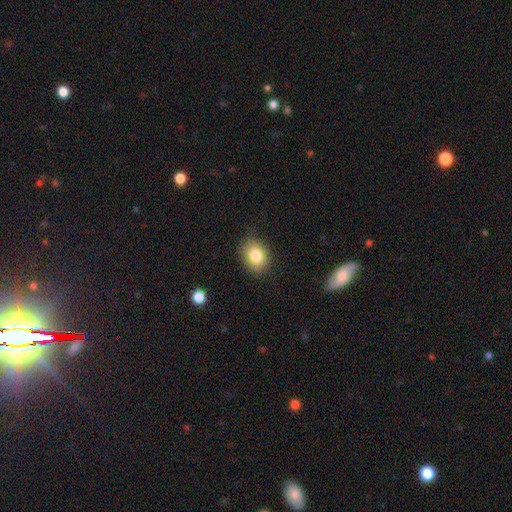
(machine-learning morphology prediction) A smooth galaxy with no disk features (84%) that is in between round and cigar-shaped (59%).

Vote fractions:
- Smooth or featured? smooth: 84% / star or artifact: 9% / featured or disk: 8%
- How rounded? in between: 59% / round: 40% / cigar-shaped: 1%
- Merging? none: 85% / minor disturbance: 11% / major disturbance: 3% / merger: 1%